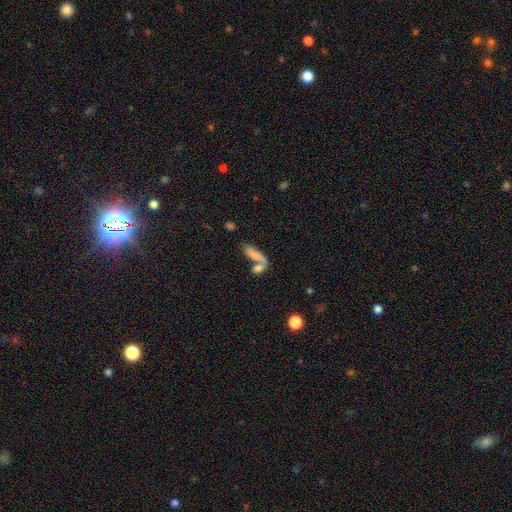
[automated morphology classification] Smooth or featured? Predicted: smooth (p=0.75). How rounded? Predicted: in between (p=0.55). Merging? Predicted: merger (p=0.51).